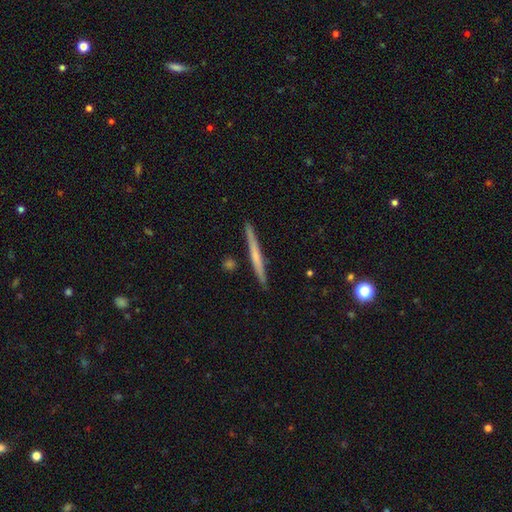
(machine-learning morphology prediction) This is possibly a featured or disk galaxy (51%). It is clearly viewed edge-on (97%). Merging: clearly none (91%).